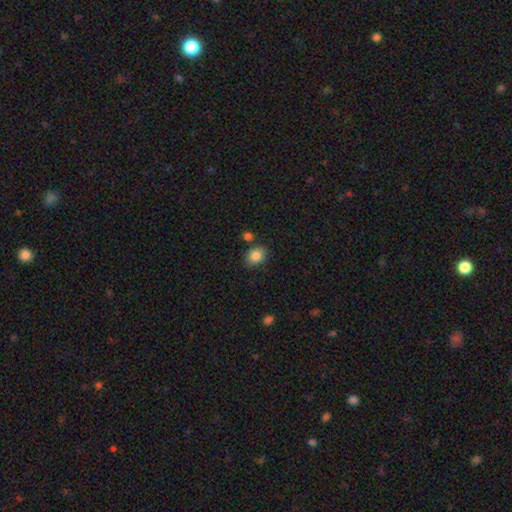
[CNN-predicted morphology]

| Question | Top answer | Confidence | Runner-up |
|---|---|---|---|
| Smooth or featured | smooth | 85% | star or artifact (9%) |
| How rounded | in between | 56% | round (44%) |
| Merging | none | 80% | minor disturbance (11%) |